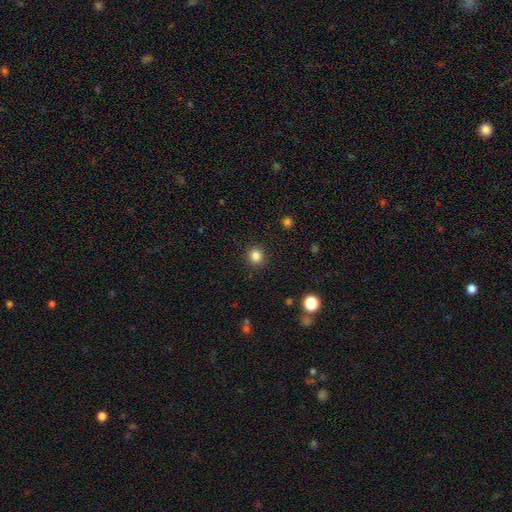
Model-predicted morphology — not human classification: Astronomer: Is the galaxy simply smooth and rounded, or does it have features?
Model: smooth — 83%.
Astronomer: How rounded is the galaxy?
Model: round — 92%.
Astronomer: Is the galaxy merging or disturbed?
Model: none — 91%.